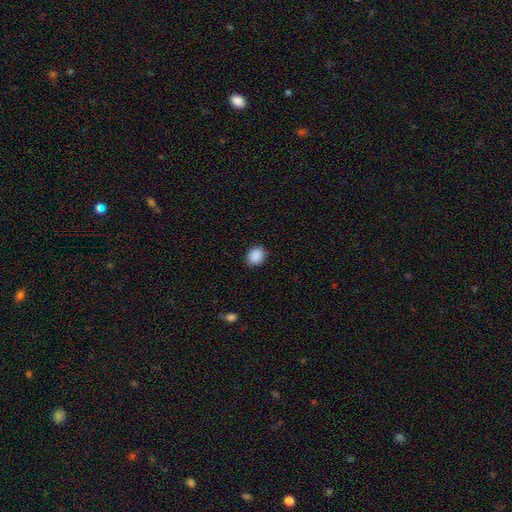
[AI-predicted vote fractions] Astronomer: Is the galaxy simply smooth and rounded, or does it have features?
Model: smooth — 89%.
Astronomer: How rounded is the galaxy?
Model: round — 58% (runner-up: in between, 41%).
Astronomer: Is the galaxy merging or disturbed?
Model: none — 85%.